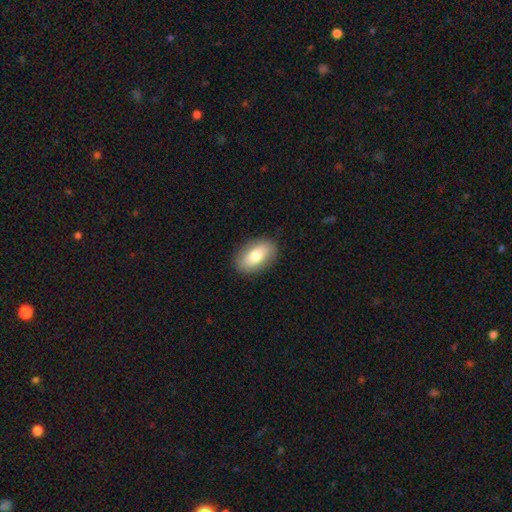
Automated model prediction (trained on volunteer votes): The model was most divided on "smooth or featured": smooth: 77%, featured or disk: 17%, star or artifact: 7%. More confident: how rounded — in between (91%); merging — none (88%).